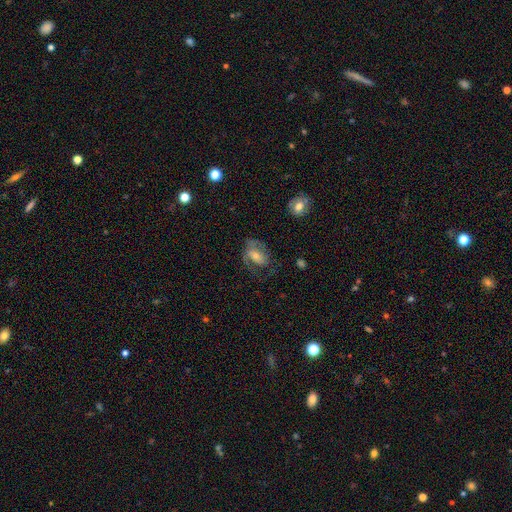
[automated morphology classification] Smooth or featured: featured or disk — 66% (smooth — 23%)
Edge-on disk: no — 96% (yes — 4%)
Bar: no — 45% (weak — 39%)
Spiral arms: yes — 82% (no — 18%)
Spiral winding: medium — 45% (tight — 33%)
Spiral arm count: 2 — 54% (can't tell — 22%)
Bulge size: small — 46% (moderate — 45%)
Merging: none — 57% (major disturbance — 22%)